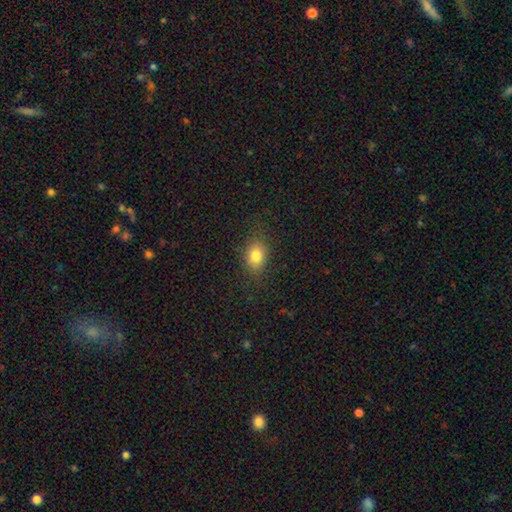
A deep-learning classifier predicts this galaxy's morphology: smooth-or-featured: smooth: 80% | star or artifact: 12% | featured or disk: 8%
  how-rounded: in between: 63% | round: 35% | cigar-shaped: 2%
  merging: none: 81% | minor disturbance: 13% | major disturbance: 5% | merger: 1%